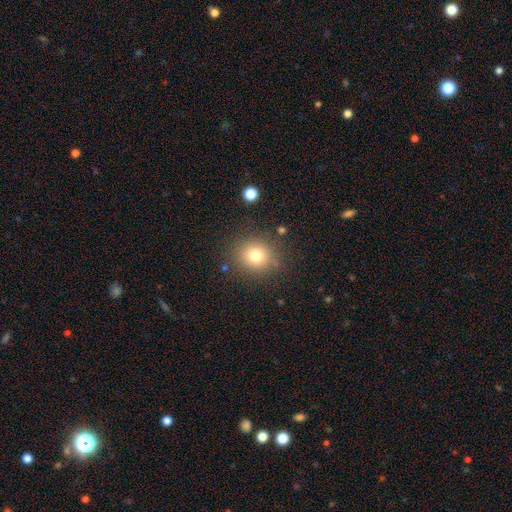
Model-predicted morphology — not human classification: type=smooth (75%); roundness=round (86%); merging=none (84%).